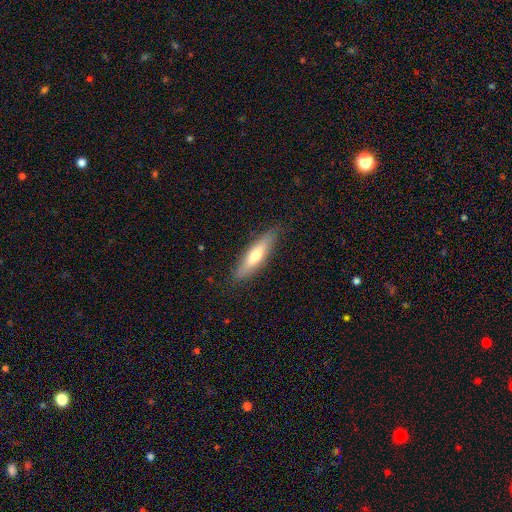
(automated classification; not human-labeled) smooth-or-featured: smooth: 60% | featured or disk: 34% | star or artifact: 6%
  how-rounded: cigar-shaped: 70% | in between: 28% | round: 2%
  merging: none: 84% | minor disturbance: 12% | major disturbance: 3% | merger: 1%